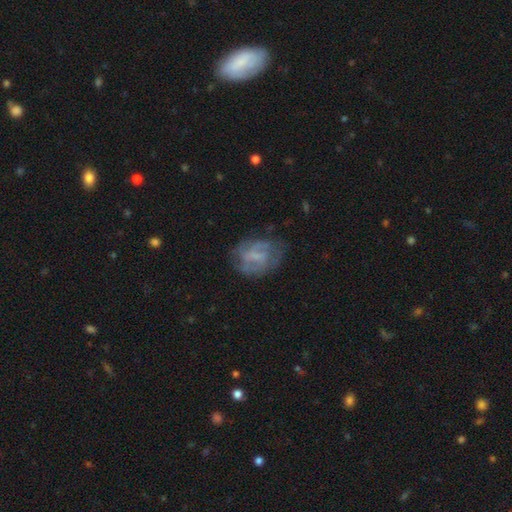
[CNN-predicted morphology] This appears to be a featured or disk galaxy (60%) with a weak bar (48%), spiral arms (62%) and no central bulge (43%). Merging: none (60%).